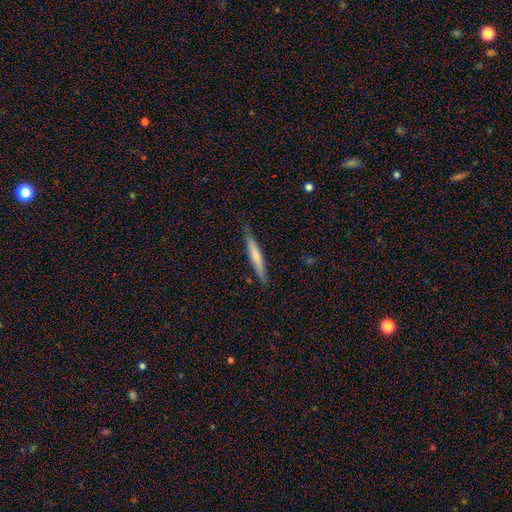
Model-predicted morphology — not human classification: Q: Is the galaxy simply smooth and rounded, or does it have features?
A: smooth — 59%.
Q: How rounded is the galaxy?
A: cigar-shaped — 95%.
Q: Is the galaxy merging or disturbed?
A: none — 87%.